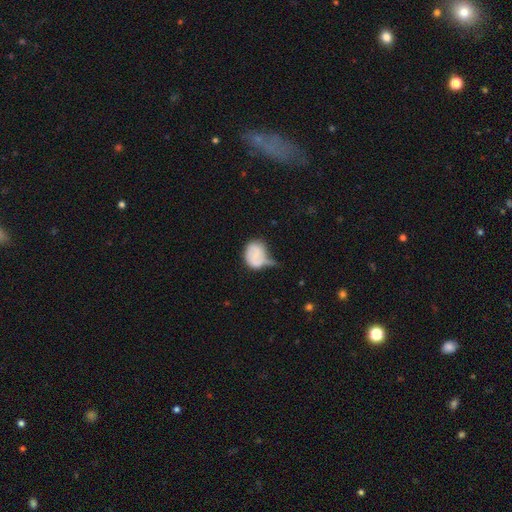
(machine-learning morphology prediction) The model was most divided on "merging": minor disturbance: 37%, major disturbance: 30%, none: 21%, merger: 12%. More confident: smooth or featured — smooth (65%); how rounded — in between (59%).